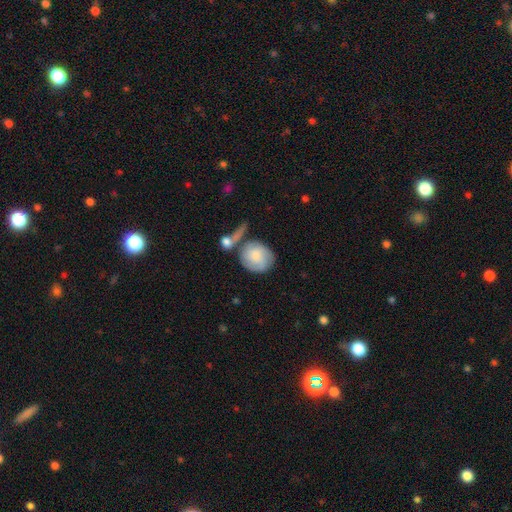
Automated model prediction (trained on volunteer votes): smooth_or_featured: smooth (p=0.54) [alt: featured or disk p=0.39]
how_rounded: round (p=0.75) [alt: in between p=0.23]
merging: none (p=0.46) [alt: merger p=0.25]